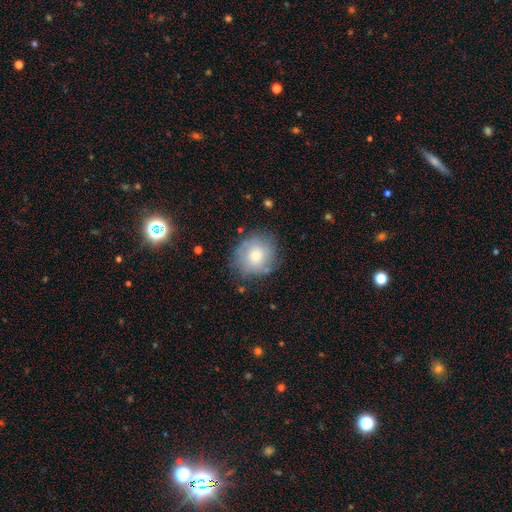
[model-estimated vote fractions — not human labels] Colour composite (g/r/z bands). It shows a smooth galaxy with no disk features (64%) that is round (83%). Merging: none (74%).